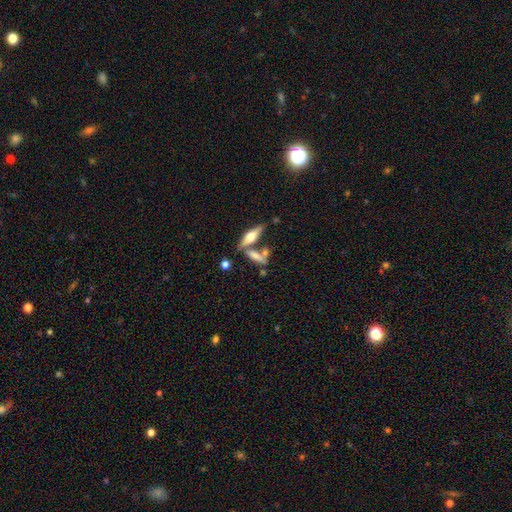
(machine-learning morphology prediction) smooth_or_featured: smooth (p=0.56) [alt: featured or disk p=0.36]
how_rounded: cigar-shaped (p=0.55) [alt: in between p=0.41]
merging: none (p=0.50) [alt: merger p=0.33]